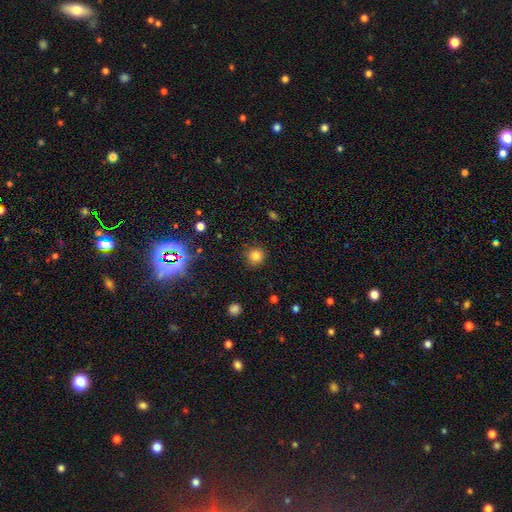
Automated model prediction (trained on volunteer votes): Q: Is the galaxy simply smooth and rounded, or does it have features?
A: smooth — 82%.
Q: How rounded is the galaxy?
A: round — 91%.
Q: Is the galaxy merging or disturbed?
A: none — 88%.